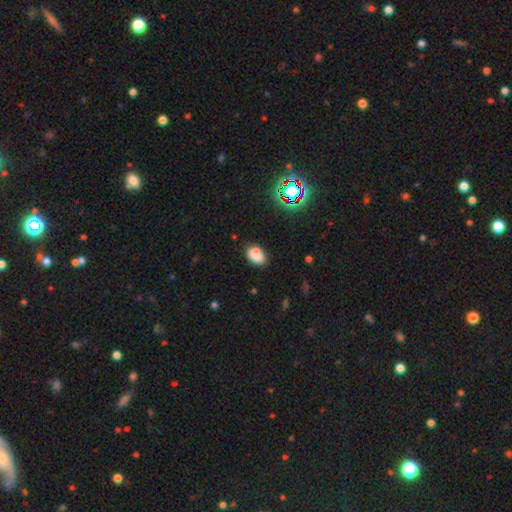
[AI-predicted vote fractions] smooth_or_featured: smooth (p=0.80) [alt: star or artifact p=0.12]
how_rounded: in between (p=0.85) [alt: round p=0.14]
merging: none (p=0.70) [alt: minor disturbance p=0.19]